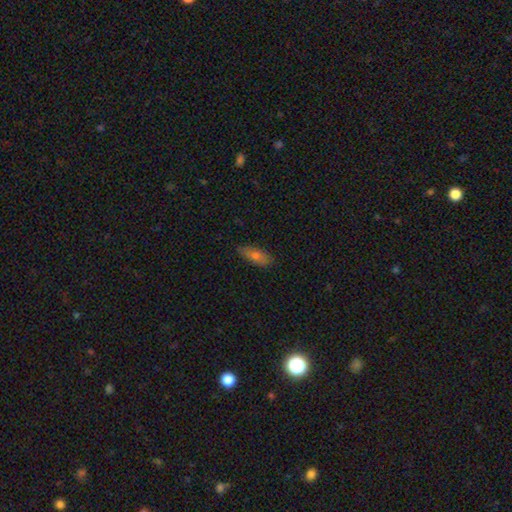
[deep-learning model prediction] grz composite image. It shows a smooth galaxy with no disk features (70%) that is in between round and cigar-shaped (67%). Merging: none (83%).